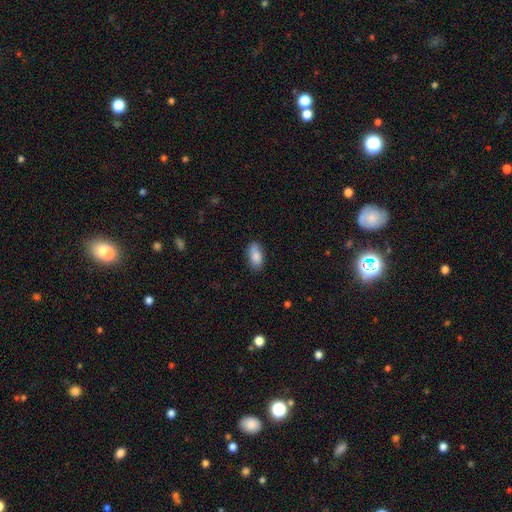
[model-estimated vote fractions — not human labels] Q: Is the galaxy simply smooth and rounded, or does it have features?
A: smooth — 85%.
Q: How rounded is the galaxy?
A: in between — 89%.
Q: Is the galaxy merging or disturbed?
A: none — 78%.